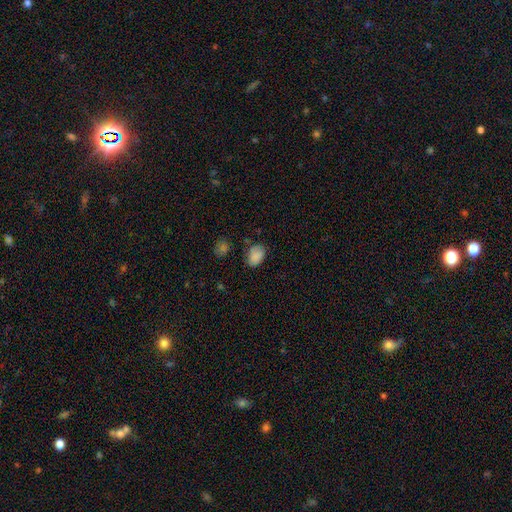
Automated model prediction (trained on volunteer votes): The model was most divided on "merging": none: 67%, minor disturbance: 24%, major disturbance: 6%, merger: 3%. More confident: smooth or featured — smooth (83%); how rounded — in between (81%).